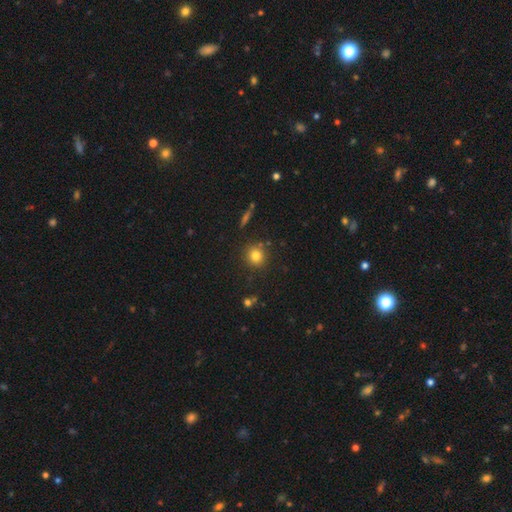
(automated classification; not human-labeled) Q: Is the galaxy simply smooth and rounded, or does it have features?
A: smooth — 80%.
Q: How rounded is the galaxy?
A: round — 91%.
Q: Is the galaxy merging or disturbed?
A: none — 84%.